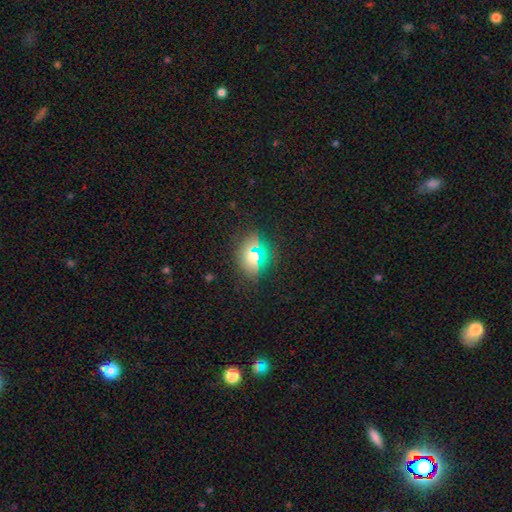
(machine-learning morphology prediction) type=smooth (56%); roundness=round (53%); merging=none (76%).